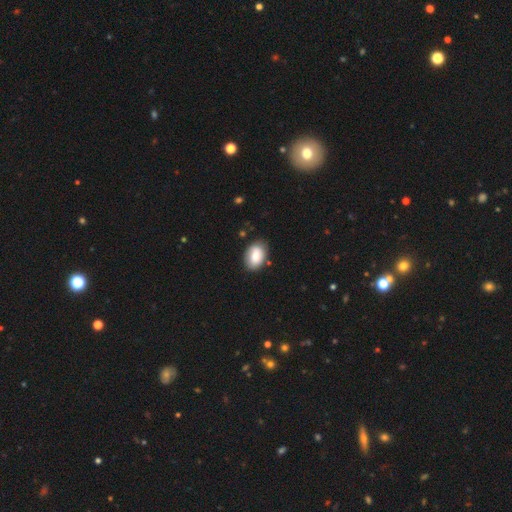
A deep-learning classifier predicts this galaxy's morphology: The model was most divided on "merging": none: 79%, minor disturbance: 15%, major disturbance: 3%, merger: 2%. More confident: how rounded — in between (87%); smooth or featured — smooth (80%).